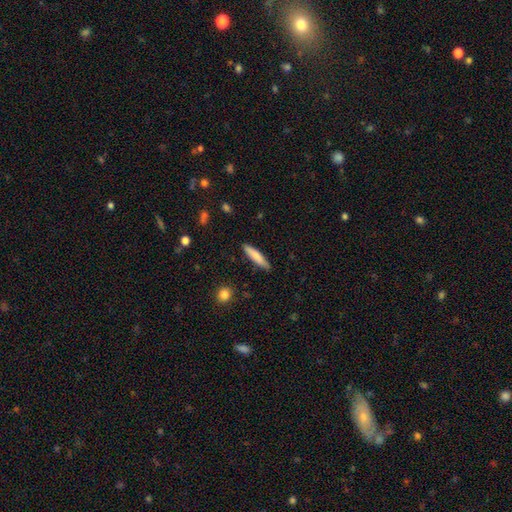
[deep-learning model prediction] Smooth or featured? Predicted: smooth (p=0.79). How rounded? Predicted: cigar-shaped (p=0.87). Merging? Predicted: none (p=0.88).